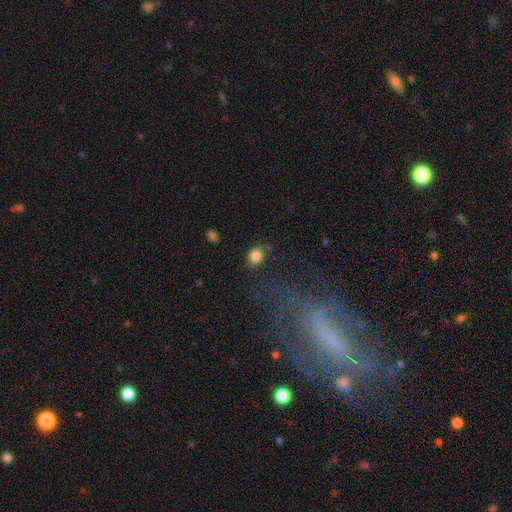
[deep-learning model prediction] smooth_or_featured: smooth (p=0.84) [alt: star or artifact p=0.11]
how_rounded: round (p=0.56) [alt: in between p=0.43]
merging: none (p=0.81) [alt: minor disturbance p=0.12]